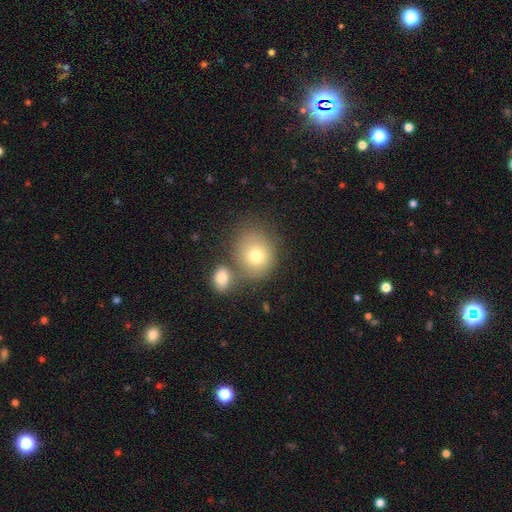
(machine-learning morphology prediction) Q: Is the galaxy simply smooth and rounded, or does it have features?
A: smooth — 74%.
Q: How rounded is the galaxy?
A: round — 70%.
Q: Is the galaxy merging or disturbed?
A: none — 54%.